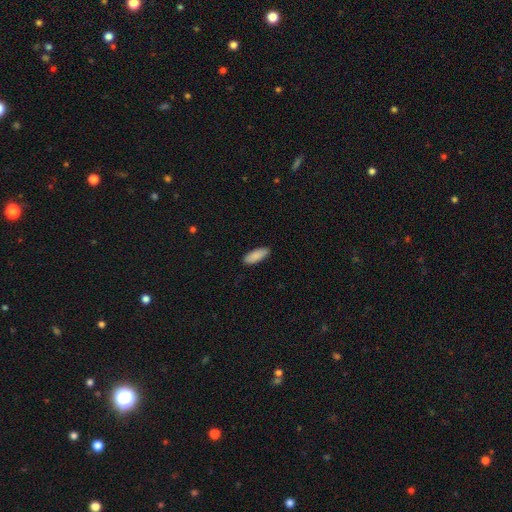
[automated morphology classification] Smooth or featured: smooth — 89% (star or artifact — 6%)
How rounded: in between — 72% (cigar-shaped — 27%)
Merging: none — 88% (minor disturbance — 9%)